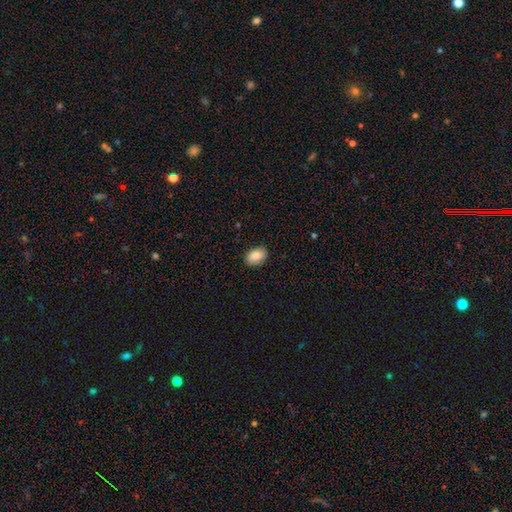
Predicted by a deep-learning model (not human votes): A smooth galaxy with no disk features (86%) that is in between round and cigar-shaped (85%).

Vote fractions:
- Smooth or featured? smooth: 86% / star or artifact: 7% / featured or disk: 7%
- How rounded? in between: 85% / round: 14% / cigar-shaped: 1%
- Merging? none: 85% / minor disturbance: 12% / major disturbance: 2% / merger: 1%